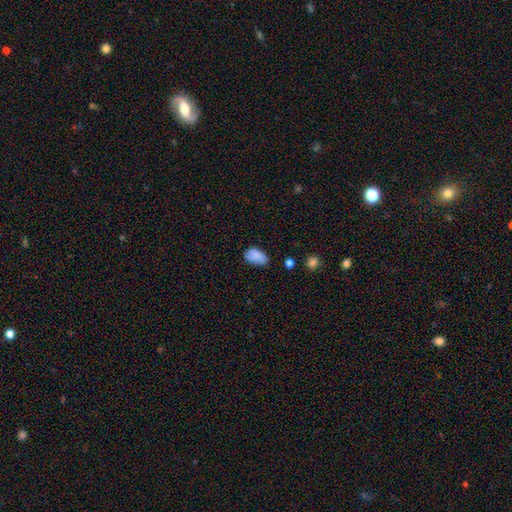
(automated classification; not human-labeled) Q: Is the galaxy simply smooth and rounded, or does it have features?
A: smooth — 83%.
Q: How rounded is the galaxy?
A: in between — 92%.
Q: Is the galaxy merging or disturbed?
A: none — 59%.